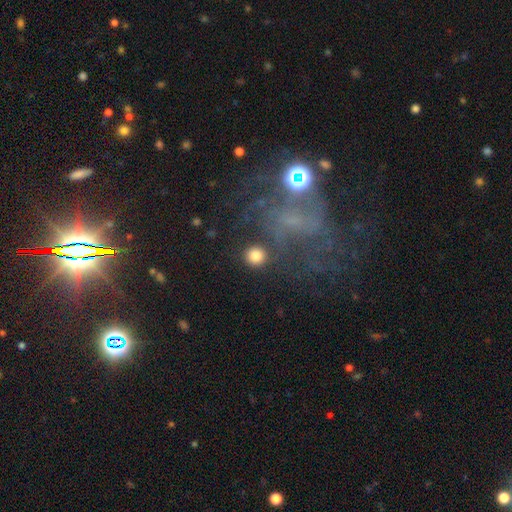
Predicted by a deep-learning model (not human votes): A smooth galaxy with no disk features (83%) that is round (93%).

Vote fractions:
- Smooth or featured? smooth: 83% / star or artifact: 10% / featured or disk: 7%
- How rounded? round: 93% / in between: 6% / cigar-shaped: 1%
- Merging? none: 83% / minor disturbance: 7% / merger: 5% / major disturbance: 4%